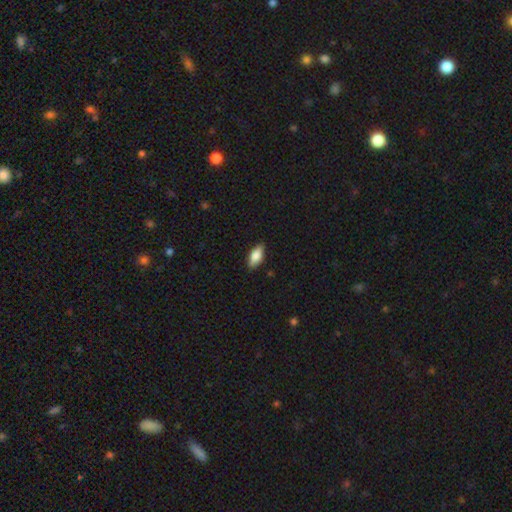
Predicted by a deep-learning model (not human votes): Morphology: type=smooth (81%); roundness=in between (87%); merging=none (86%).